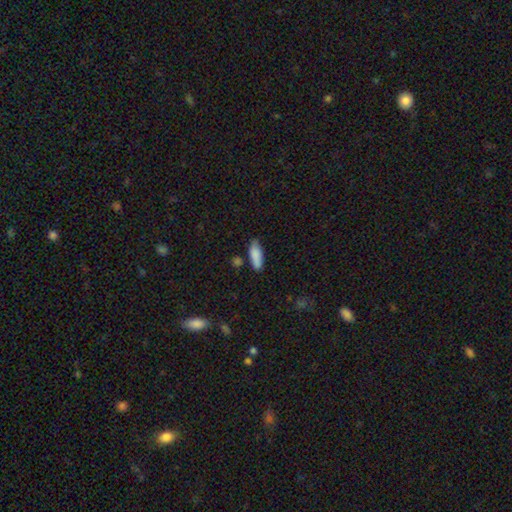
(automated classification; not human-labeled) A smooth galaxy with no disk features (86%) that is in between round and cigar-shaped (69%).

Vote fractions:
- Smooth or featured? smooth: 86% / featured or disk: 8% / star or artifact: 7%
- How rounded? in between: 69% / cigar-shaped: 29% / round: 2%
- Merging? none: 71% / minor disturbance: 20% / merger: 6% / major disturbance: 4%